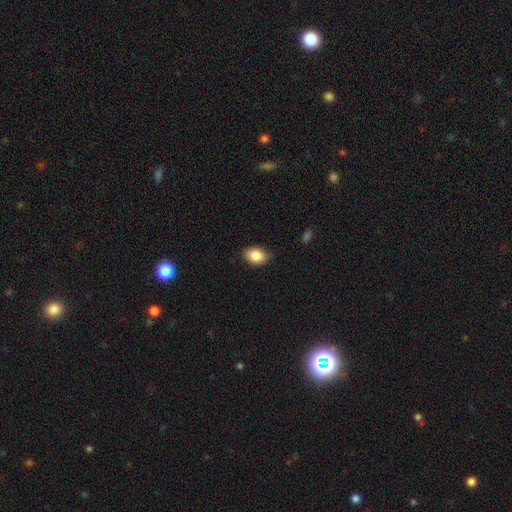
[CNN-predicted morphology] A smooth galaxy with no disk features (86%) that is in between round and cigar-shaped (83%).

Vote fractions:
- Smooth or featured? smooth: 86% / star or artifact: 8% / featured or disk: 7%
- How rounded? in between: 83% / round: 16% / cigar-shaped: 1%
- Merging? none: 82% / minor disturbance: 15% / major disturbance: 2% / merger: 1%